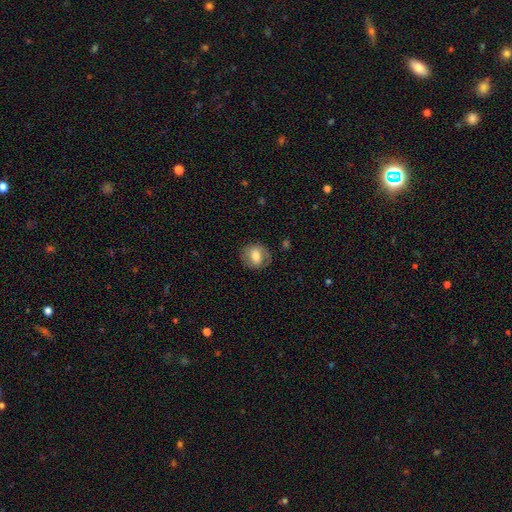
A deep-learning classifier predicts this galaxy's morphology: A smooth galaxy with no disk features (57%) that is round (64%). Merging: none (79%).